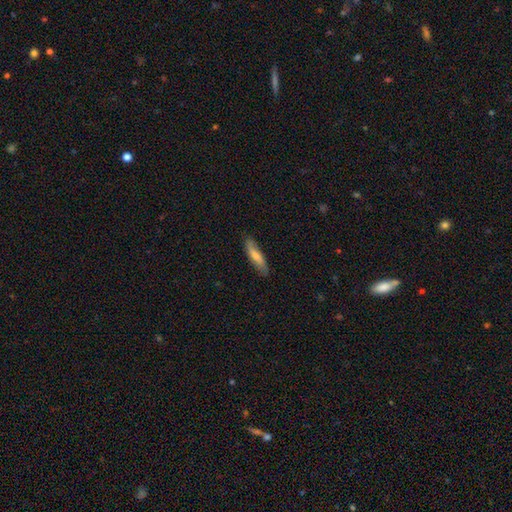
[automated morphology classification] Overall: smooth (65%; featured or disk 30%). How rounded: cigar-shaped (67%; in between 31%). Merging: none (80%).